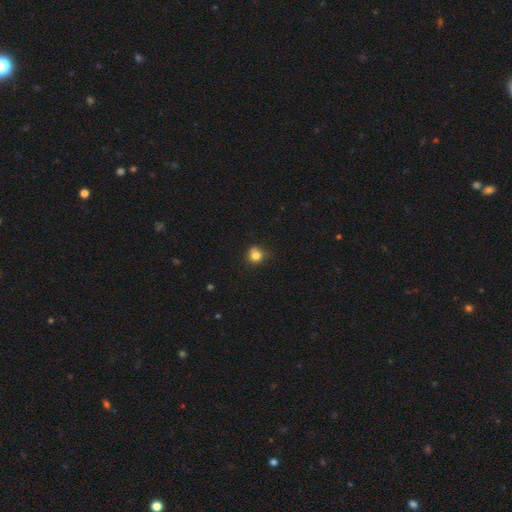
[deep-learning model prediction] smooth_or_featured: smooth (p=0.80) [alt: star or artifact p=0.12]
how_rounded: round (p=0.85) [alt: in between p=0.14]
merging: none (p=0.63) [alt: minor disturbance p=0.25]